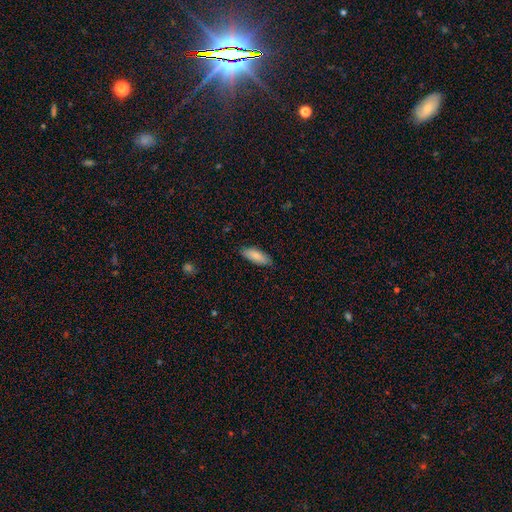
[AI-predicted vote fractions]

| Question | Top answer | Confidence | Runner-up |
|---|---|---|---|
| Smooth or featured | smooth | 85% | featured or disk (9%) |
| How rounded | in between | 68% | cigar-shaped (30%) |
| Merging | none | 84% | minor disturbance (13%) |